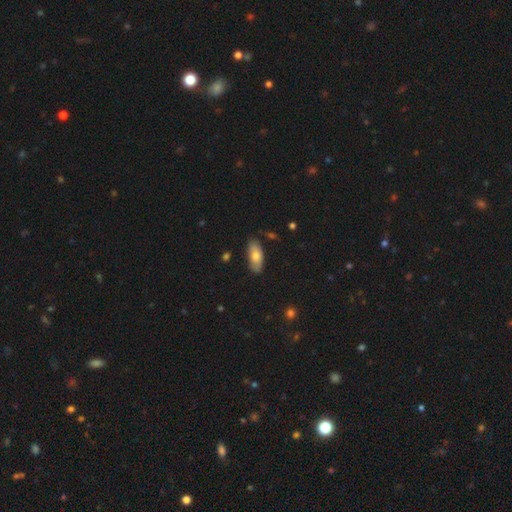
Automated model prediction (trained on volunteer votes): This is likely a smooth galaxy (75%). How rounded: clearly in between (85%). Merging: likely none (80%).